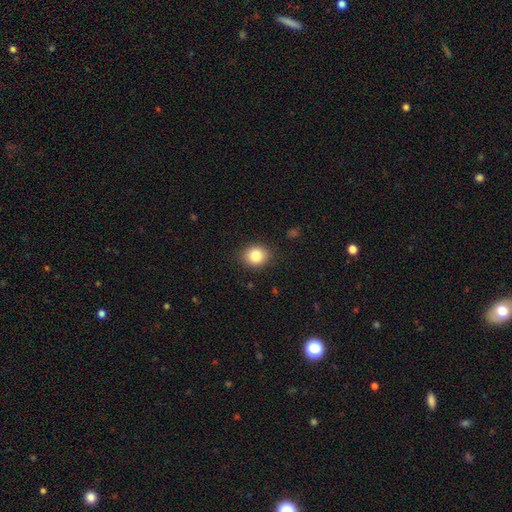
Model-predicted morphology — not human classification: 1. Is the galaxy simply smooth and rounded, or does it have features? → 83% smooth, 10% star or artifact, 7% featured or disk.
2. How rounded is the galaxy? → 71% round, 28% in between, 1% cigar-shaped.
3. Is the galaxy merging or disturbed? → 89% none, 8% minor disturbance, 2% major disturbance, 1% merger.